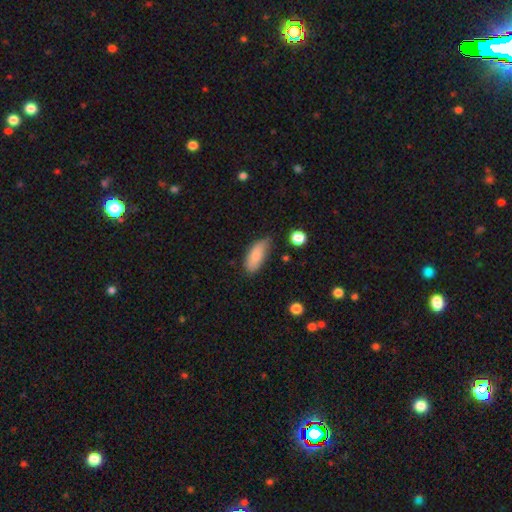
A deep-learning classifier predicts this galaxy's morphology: Smooth or featured: smooth — 81% (featured or disk — 12%)
How rounded: in between — 82% (cigar-shaped — 15%)
Merging: none — 63% (minor disturbance — 29%)